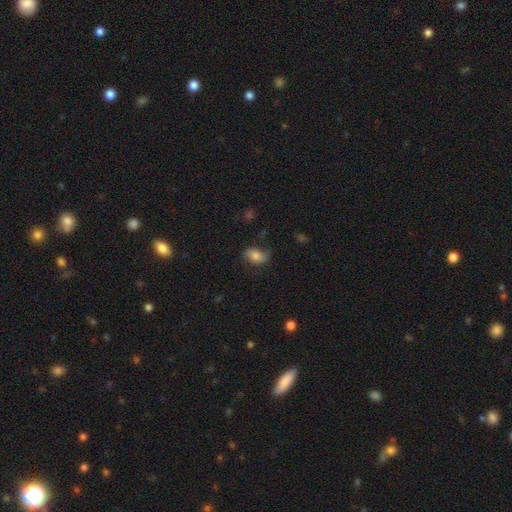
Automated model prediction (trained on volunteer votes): smooth_or_featured: smooth (p=0.63) [alt: featured or disk p=0.27]
how_rounded: in between (p=0.83) [alt: round p=0.15]
merging: none (p=0.61) [alt: minor disturbance p=0.25]